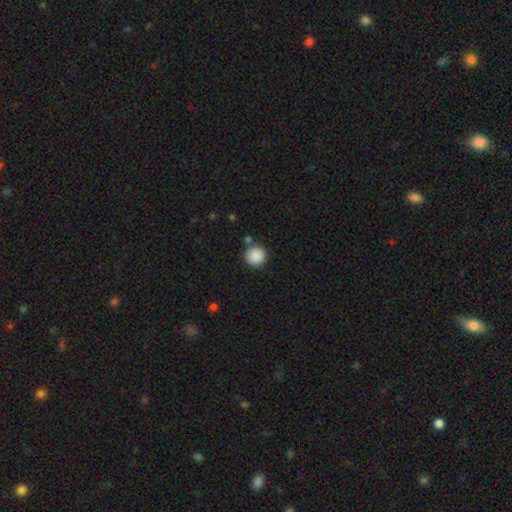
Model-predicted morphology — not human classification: smooth_or_featured: smooth (p=0.89) [alt: star or artifact p=0.08]
how_rounded: round (p=0.95) [alt: in between p=0.04]
merging: none (p=0.81) [alt: minor disturbance p=0.08]